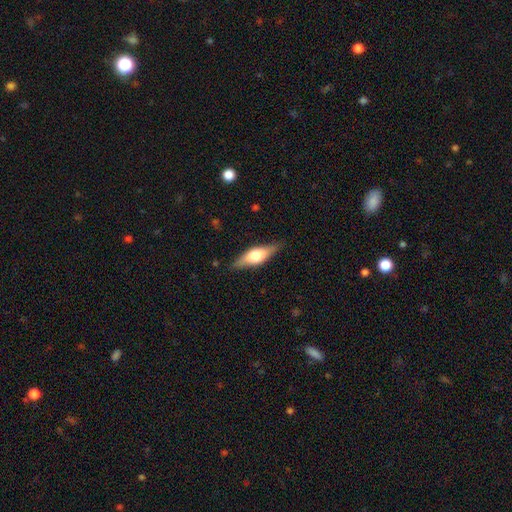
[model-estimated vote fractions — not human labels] A featured or disk galaxy (48%).

Vote fractions:
- Smooth or featured? featured or disk: 48% / smooth: 47% / star or artifact: 6%
- Merging? none: 83% / minor disturbance: 13% / major disturbance: 3% / merger: 1%